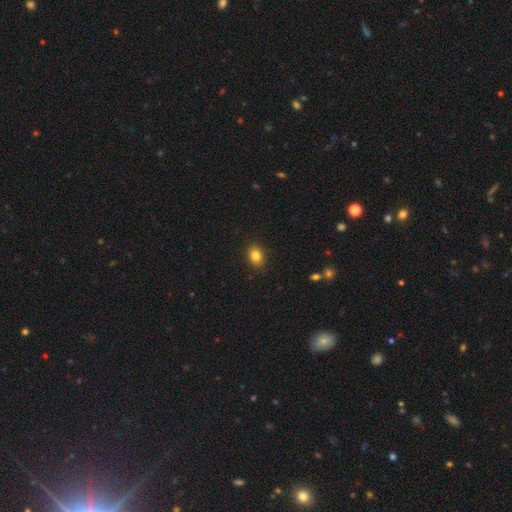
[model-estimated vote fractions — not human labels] Smooth or featured? Predicted: smooth (p=0.83). How rounded? Predicted: in between (p=0.53). Merging? Predicted: none (p=0.88).